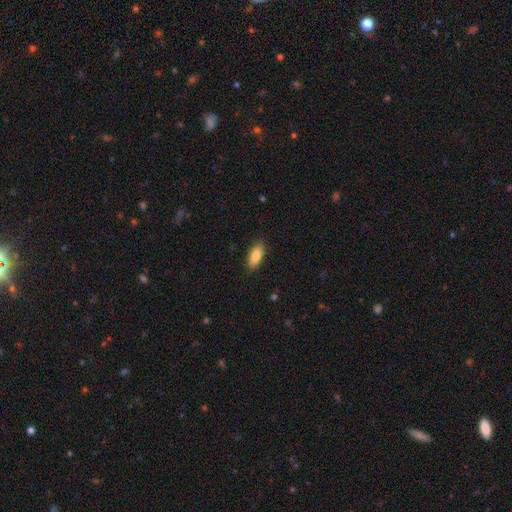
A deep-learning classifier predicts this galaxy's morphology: smooth 83%, featured or disk 10%, star or artifact 6%. Down the decision tree: how rounded — in between (81%); merging — none (88%).